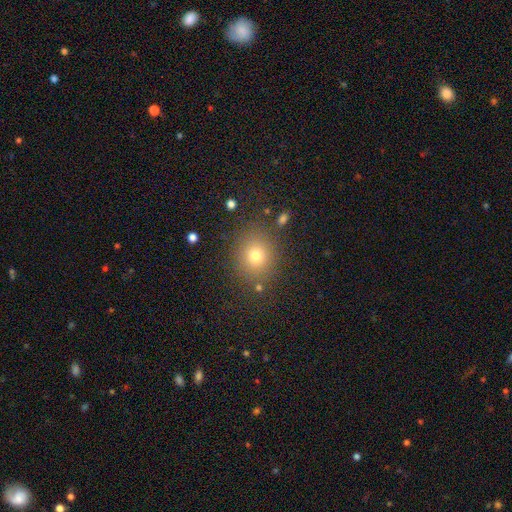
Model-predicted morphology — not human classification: This is likely a smooth galaxy (75%). How rounded: likely round (74%). Merging: clearly none (83%).